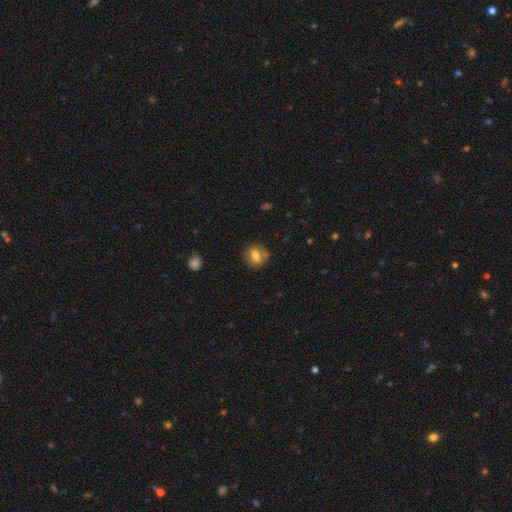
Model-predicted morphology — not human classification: A smooth galaxy with no disk features (70%) that is round (77%).

Vote fractions:
- Smooth or featured? smooth: 70% / featured or disk: 21% / star or artifact: 9%
- How rounded? round: 77% / in between: 22% / cigar-shaped: 1%
- Merging? none: 82% / minor disturbance: 12% / merger: 3% / major disturbance: 3%